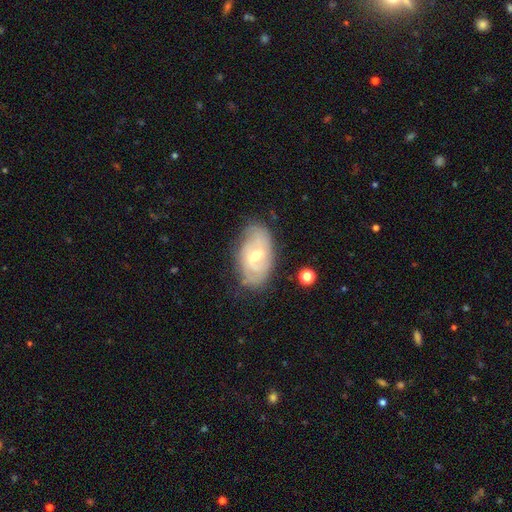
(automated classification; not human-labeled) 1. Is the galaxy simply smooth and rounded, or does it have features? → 77% featured or disk, 17% smooth, 6% star or artifact.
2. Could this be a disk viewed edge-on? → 94% no, 6% yes.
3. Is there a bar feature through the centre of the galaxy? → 50% weak, 37% no, 13% strong.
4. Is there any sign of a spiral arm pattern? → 87% yes, 13% no.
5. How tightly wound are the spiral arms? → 58% tight, 31% medium, 10% loose.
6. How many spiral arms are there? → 39% 2, 38% can't tell, 12% 3, 4% 1, 4% 4, 3% more than 4.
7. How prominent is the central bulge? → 61% moderate, 35% small, 2% large, 1% none, 1% dominant.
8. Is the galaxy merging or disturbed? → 71% none, 21% minor disturbance, 6% major disturbance, 2% merger.